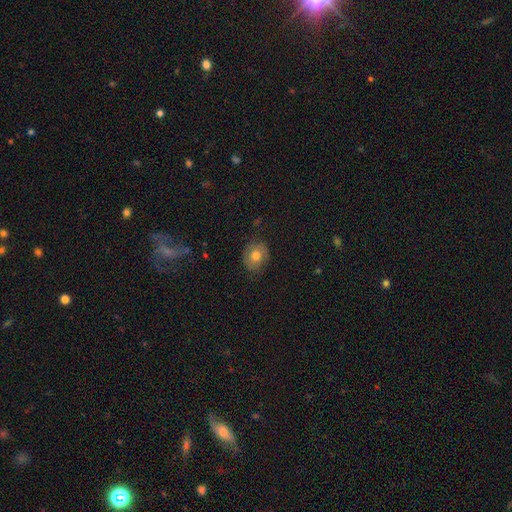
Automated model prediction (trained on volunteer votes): smooth-or-featured: smooth: 65% | featured or disk: 25% | star or artifact: 9%
  how-rounded: round: 62% | in between: 37% | cigar-shaped: 1%
  merging: none: 79% | minor disturbance: 15% | major disturbance: 4% | merger: 1%